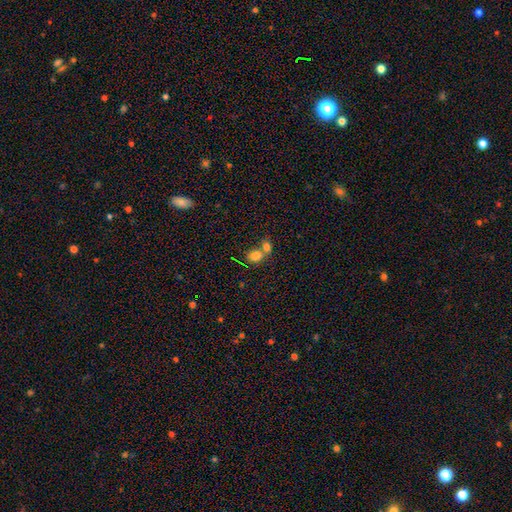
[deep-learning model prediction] Q: Smooth or featured?
A: smooth (79%); runner-up: star or artifact (11%)
Q: How rounded?
A: round (63%); runner-up: in between (36%)
Q: Merging?
A: merger (57%); runner-up: none (33%)